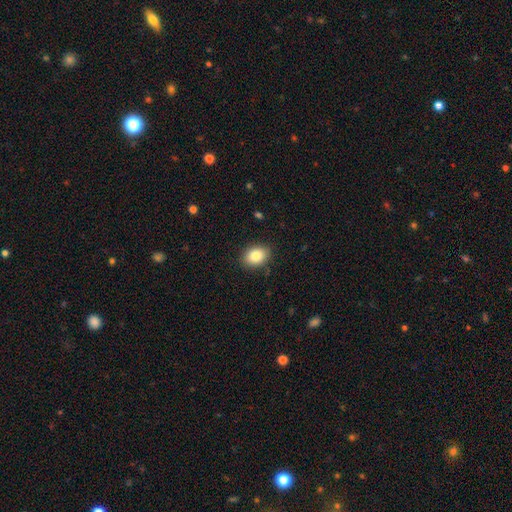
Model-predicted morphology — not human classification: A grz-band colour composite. It shows a smooth galaxy with no disk features (85%) that is in between round and cigar-shaped (74%). Merging: none (87%).